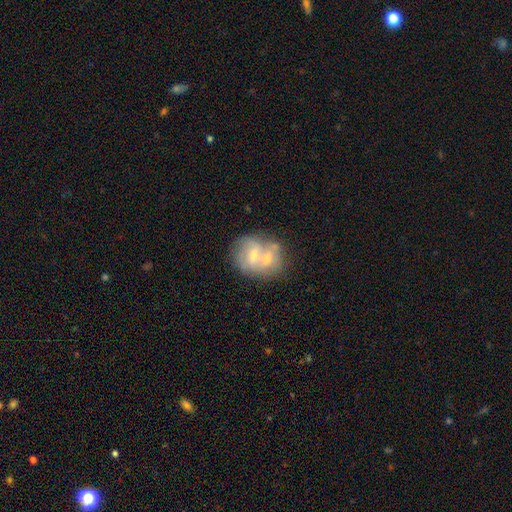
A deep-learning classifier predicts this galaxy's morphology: type=featured or disk (51%); edge-on=no (96%); merging=merger (60%).